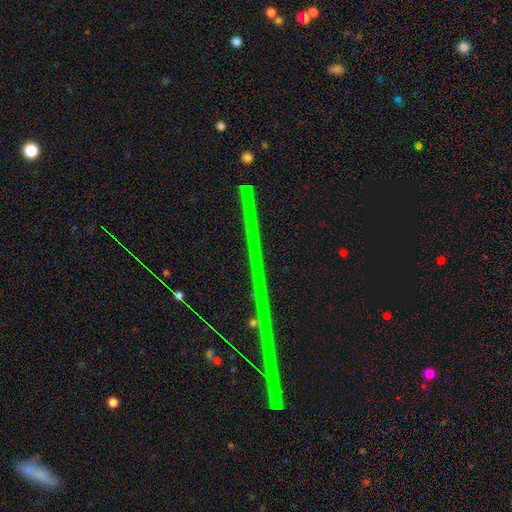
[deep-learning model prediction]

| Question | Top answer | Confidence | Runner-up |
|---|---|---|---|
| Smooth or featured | star or artifact | 82% | featured or disk (11%) |